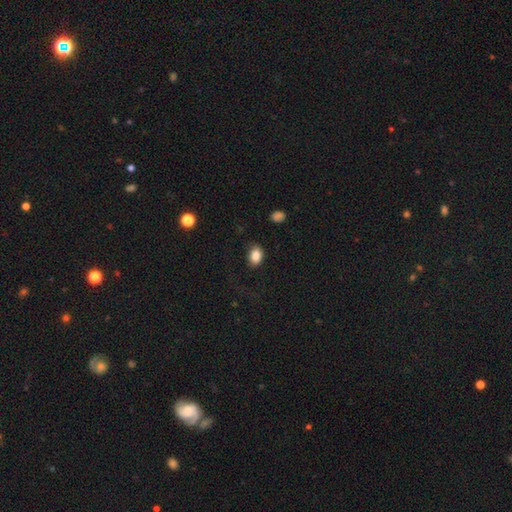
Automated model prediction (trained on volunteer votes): Overall: smooth (86%). How rounded: in between (72%). Merging: none (73%).